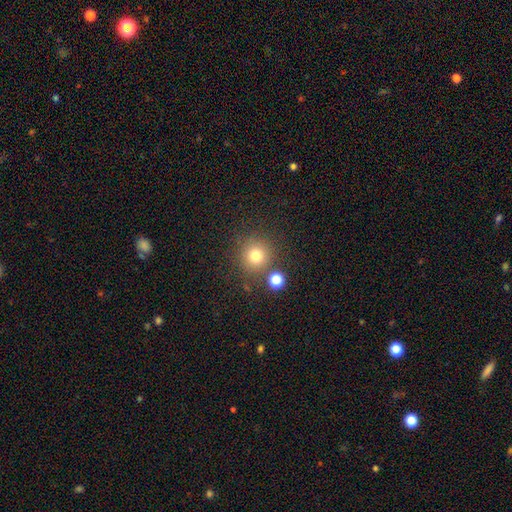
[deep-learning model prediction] Q: Smooth or featured?
A: smooth (77%); runner-up: star or artifact (15%)
Q: How rounded?
A: round (93%); runner-up: in between (6%)
Q: Merging?
A: none (80%); runner-up: minor disturbance (8%)